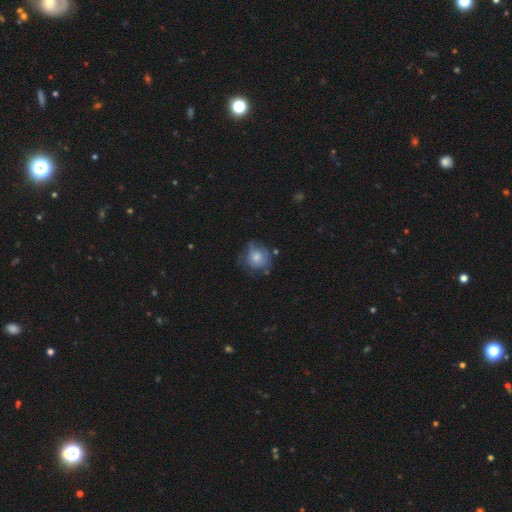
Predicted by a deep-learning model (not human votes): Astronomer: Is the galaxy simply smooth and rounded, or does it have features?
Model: smooth — 55% (runner-up: featured or disk, 32%).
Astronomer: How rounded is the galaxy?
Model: round — 82%.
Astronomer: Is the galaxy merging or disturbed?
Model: none — 64%.